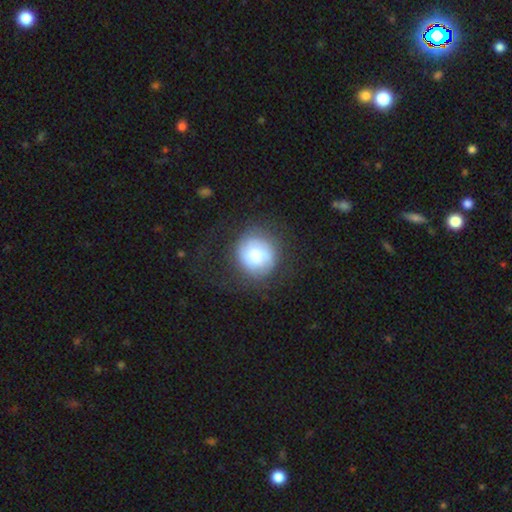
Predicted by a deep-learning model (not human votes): smooth-or-featured: smooth: 60% | featured or disk: 32% | star or artifact: 8%
  how-rounded: round: 90% | in between: 9% | cigar-shaped: 1%
  merging: none: 73% | minor disturbance: 15% | major disturbance: 11% | merger: 1%